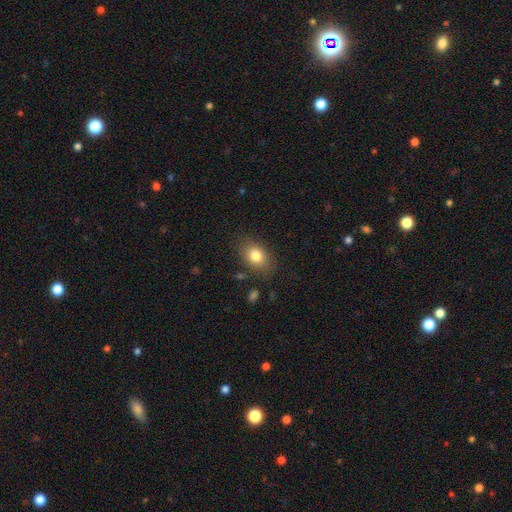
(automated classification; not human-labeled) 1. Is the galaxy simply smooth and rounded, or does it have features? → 80% smooth, 11% featured or disk, 9% star or artifact.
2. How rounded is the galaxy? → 76% in between, 23% round, 1% cigar-shaped.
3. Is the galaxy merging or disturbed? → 81% none, 13% minor disturbance, 4% major disturbance, 2% merger.